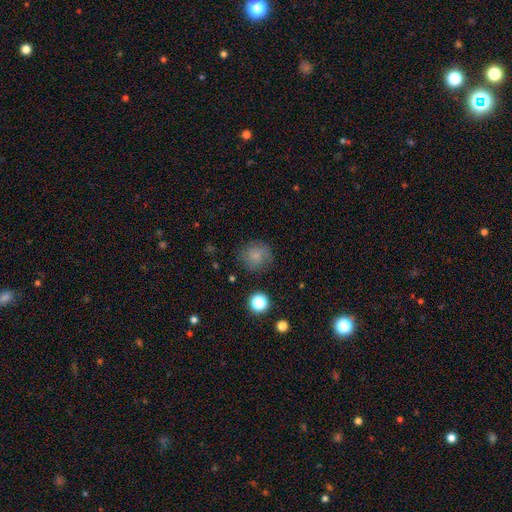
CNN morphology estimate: smooth-or-featured: smooth: 78% | star or artifact: 12% | featured or disk: 10%
  how-rounded: round: 91% | in between: 8% | cigar-shaped: 1%
  merging: none: 80% | minor disturbance: 13% | major disturbance: 5% | merger: 2%